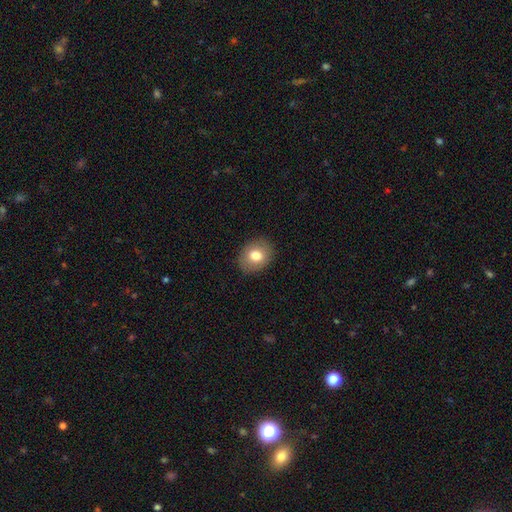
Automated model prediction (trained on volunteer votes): smooth-or-featured: smooth: 77% | featured or disk: 14% | star or artifact: 9%
  how-rounded: round: 51% | in between: 48% | cigar-shaped: 1%
  merging: none: 88% | minor disturbance: 9% | major disturbance: 3% | merger: 1%